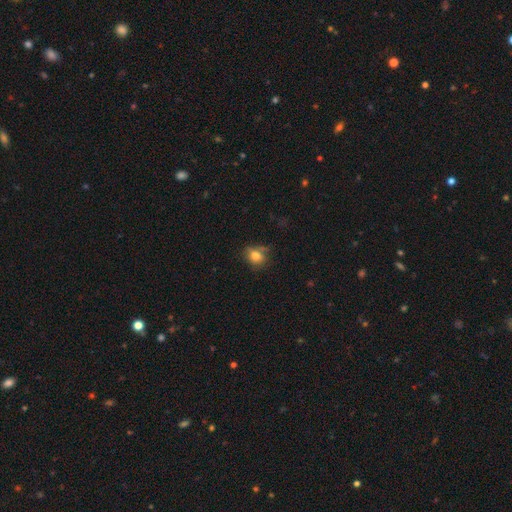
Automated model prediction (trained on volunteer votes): This is likely a smooth galaxy (77%). How rounded: possibly round (55%). Merging: likely none (61%).